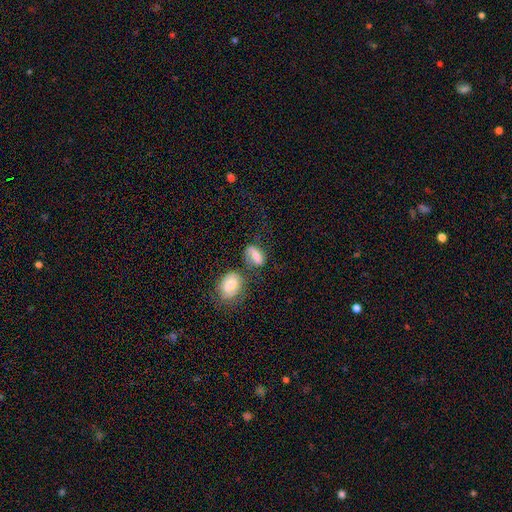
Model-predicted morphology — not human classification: This appears to be a smooth galaxy with no disk features (61%) that is in between round and cigar-shaped (79%). Merging: none (47%).